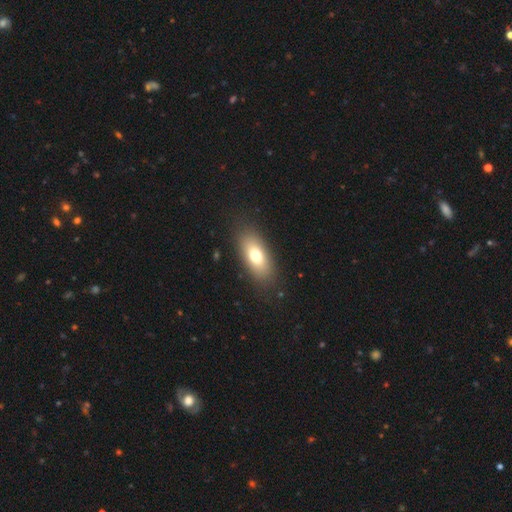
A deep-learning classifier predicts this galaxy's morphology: The model was most divided on "smooth or featured": smooth: 72%, featured or disk: 19%, star or artifact: 9%. More confident: merging — none (85%); how rounded — in between (84%).